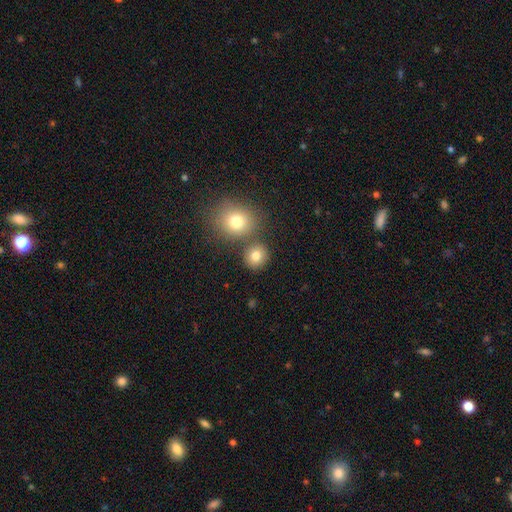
A smooth galaxy with no disk features (89%) that is round (82%). Merging: none (83%).